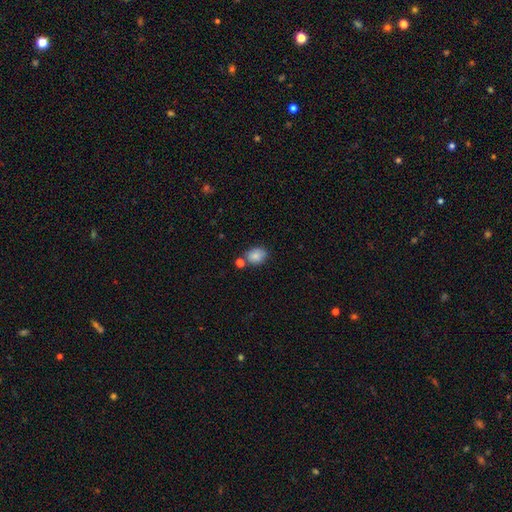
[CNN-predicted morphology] Smooth or featured?
  - smooth: 84% *
  - star or artifact: 9%
  - featured or disk: 8%
How rounded?
  - in between: 56% *
  - round: 43%
  - cigar-shaped: 1%
Merging?
  - none: 65% *
  - merger: 16%
  - minor disturbance: 15%
  - major disturbance: 4%